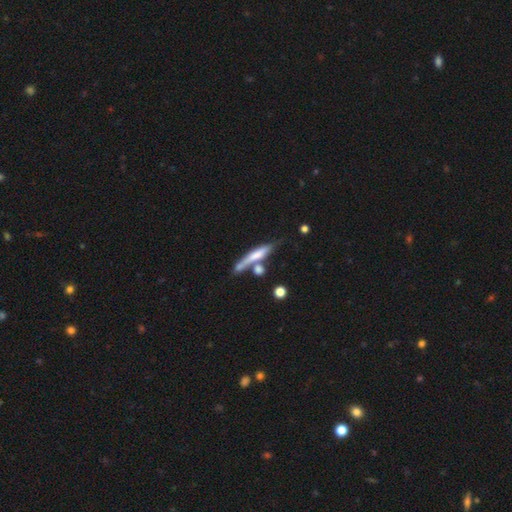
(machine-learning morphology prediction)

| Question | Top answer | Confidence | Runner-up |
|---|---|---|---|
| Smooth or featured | smooth | 56% | featured or disk (37%) |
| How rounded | cigar-shaped | 84% | in between (13%) |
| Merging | none | 50% | merger (27%) |